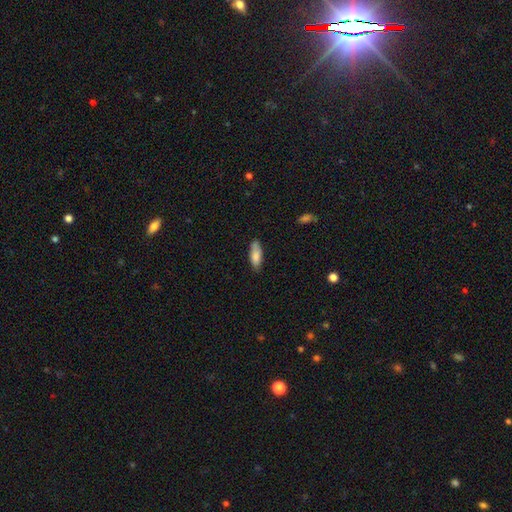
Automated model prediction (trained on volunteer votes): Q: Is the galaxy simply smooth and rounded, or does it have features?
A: smooth — 83%.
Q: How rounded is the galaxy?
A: in between — 66%.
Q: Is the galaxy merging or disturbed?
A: none — 76%.